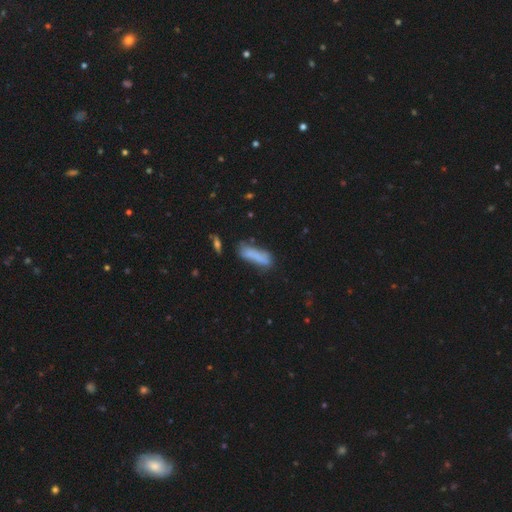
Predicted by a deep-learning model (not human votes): Smooth or featured? Predicted: smooth (p=0.76). How rounded? Predicted: cigar-shaped (p=0.61). Merging? Predicted: none (p=0.52).